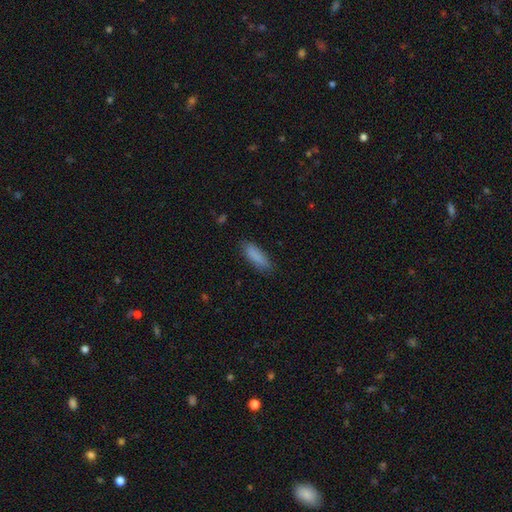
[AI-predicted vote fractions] This appears to be a smooth galaxy with no disk features (86%) that is in between round and cigar-shaped (50%). Merging: none (81%).